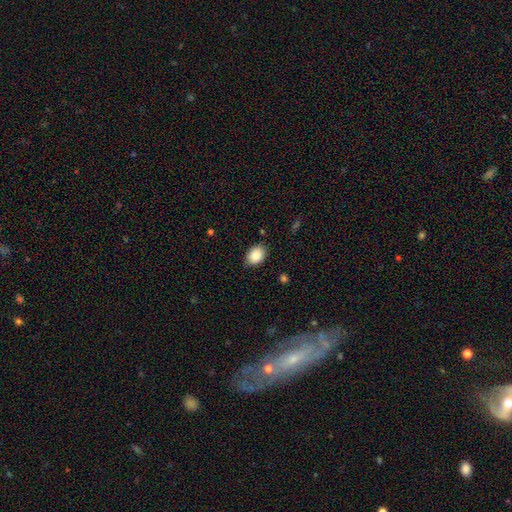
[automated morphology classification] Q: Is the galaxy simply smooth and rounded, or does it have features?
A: smooth — 87%.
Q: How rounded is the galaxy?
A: in between — 73%.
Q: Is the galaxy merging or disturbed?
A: none — 83%.